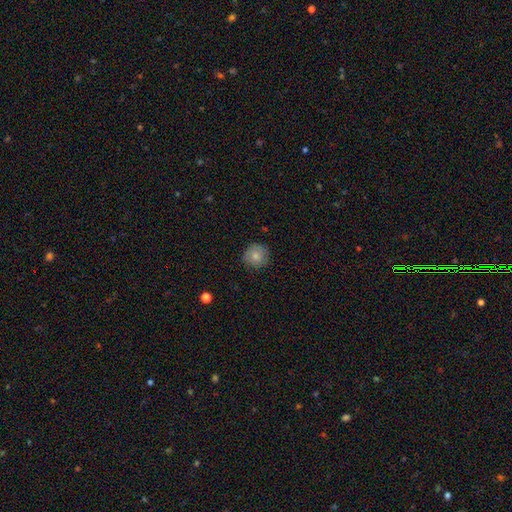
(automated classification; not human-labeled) Q: Smooth or featured?
A: smooth (79%); runner-up: featured or disk (13%)
Q: How rounded?
A: round (91%); runner-up: in between (8%)
Q: Merging?
A: none (83%); runner-up: minor disturbance (14%)